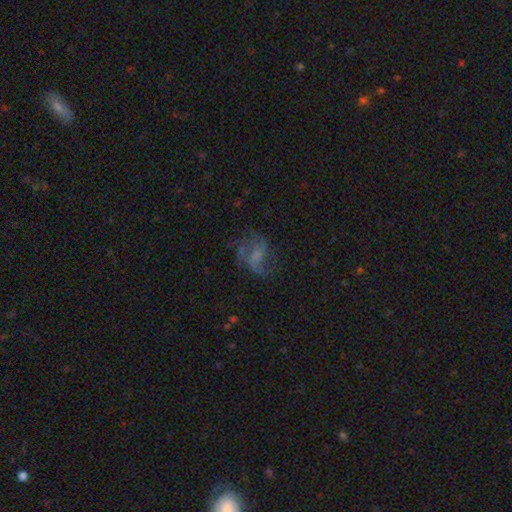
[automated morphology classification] Smooth or featured?
  - featured or disk: 61% *
  - smooth: 25%
  - star or artifact: 14%
Edge-on disk?
  - no: 97% *
  - yes: 3%
Bar?
  - no: 52% *
  - weak: 38%
  - strong: 10%
Spiral arms?
  - yes: 78% *
  - no: 22%
Bulge size?
  - none: 44% *
  - small: 28%
  - moderate: 21%
  - large: 6%
  - dominant: 2%
Merging?
  - none: 48% *
  - major disturbance: 30%
  - minor disturbance: 19%
  - merger: 3%